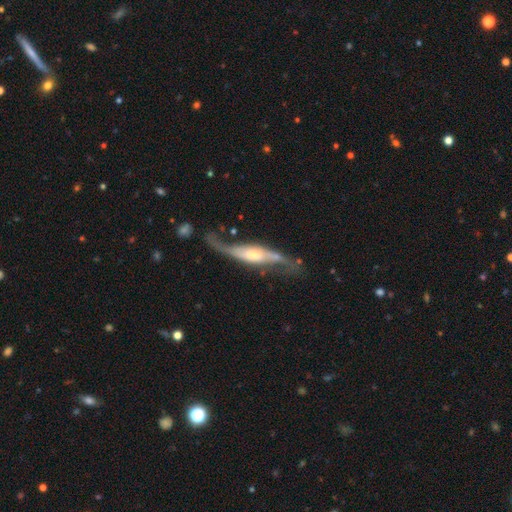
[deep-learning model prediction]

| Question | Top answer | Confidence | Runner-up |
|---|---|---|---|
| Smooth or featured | featured or disk | 84% | smooth (10%) |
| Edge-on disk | no | 65% | yes (35%) |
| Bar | no | 43% | weak (32%) |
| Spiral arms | yes | 92% | no (8%) |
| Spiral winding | loose | 76% | medium (18%) |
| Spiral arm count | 2 | 89% | can't tell (4%) |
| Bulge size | moderate | 50% | small (34%) |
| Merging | none | 62% | minor disturbance (20%) |